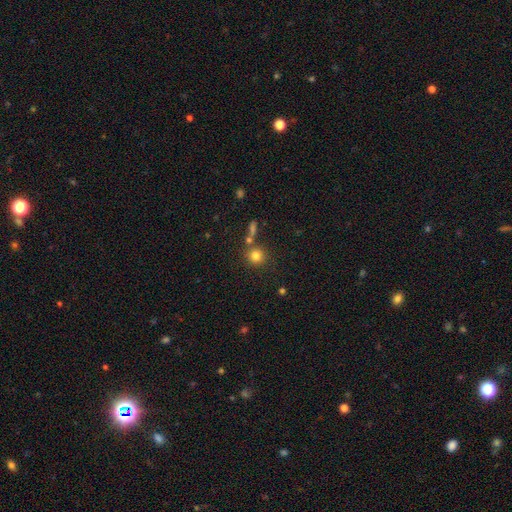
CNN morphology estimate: This appears to be a smooth galaxy with no disk features (79%) that is round (91%). Merging: none (74%).